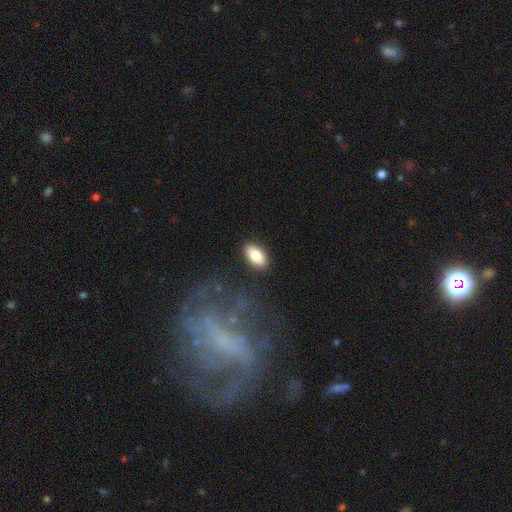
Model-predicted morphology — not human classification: A smooth galaxy with no disk features (82%) that is in between round and cigar-shaped (92%). Merging: none (88%).